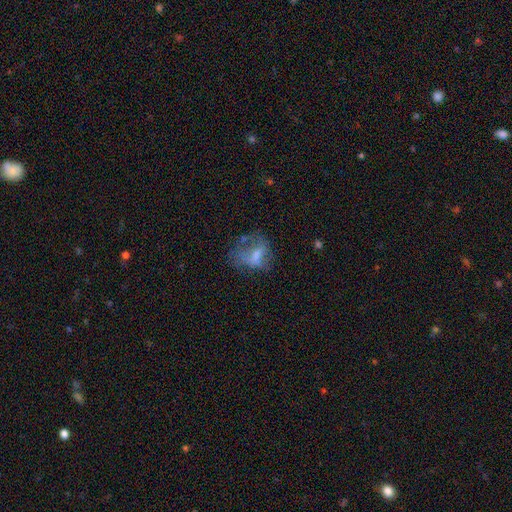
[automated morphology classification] A smooth galaxy with no disk features (47%). Merging: major disturbance (36%).